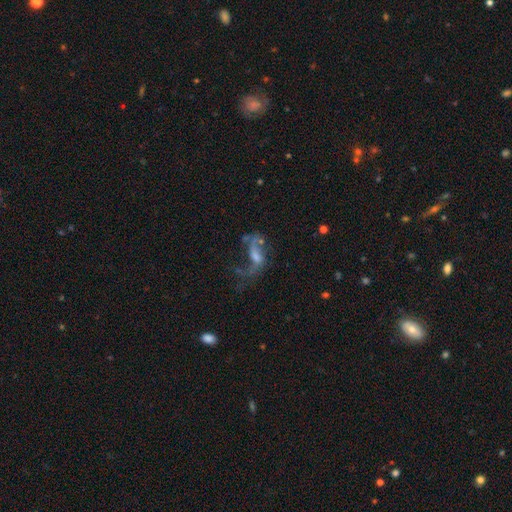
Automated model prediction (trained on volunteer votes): smooth_or_featured: featured or disk (p=0.68) [alt: smooth p=0.18]
disk_edge_on: no (p=0.94) [alt: yes p=0.06]
bar: no (p=0.48) [alt: weak p=0.39]
has_spiral_arms: yes (p=0.71) [alt: no p=0.29]
bulge_size: small (p=0.35) [alt: moderate p=0.31]
merging: major disturbance (p=0.40) [alt: none p=0.34]